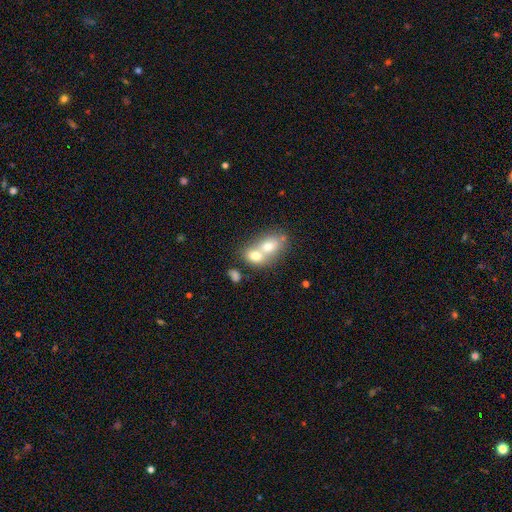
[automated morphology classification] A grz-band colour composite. It shows a smooth galaxy with no disk features (69%) that is in between round and cigar-shaped (61%). Merging: merger (72%).